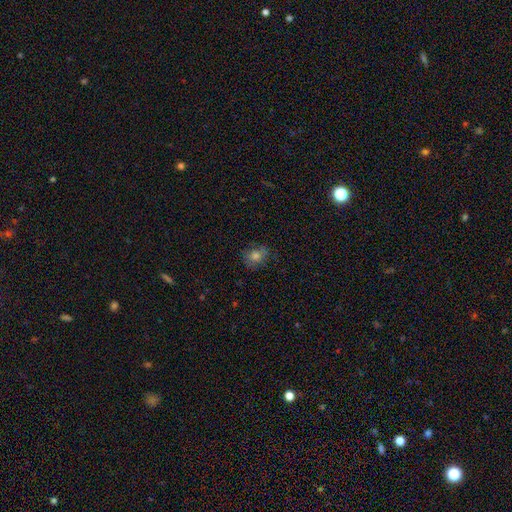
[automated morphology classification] smooth-or-featured: smooth: 68% | star or artifact: 17% | featured or disk: 16%
  how-rounded: round: 63% | in between: 36% | cigar-shaped: 1%
  merging: none: 74% | minor disturbance: 19% | major disturbance: 5% | merger: 2%